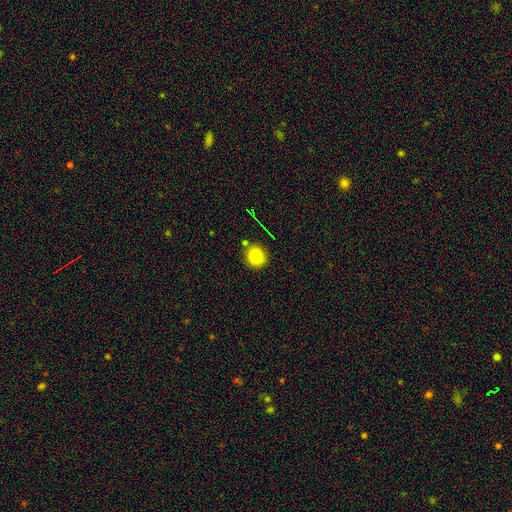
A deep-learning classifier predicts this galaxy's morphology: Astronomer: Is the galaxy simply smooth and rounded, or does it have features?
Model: smooth — 82%.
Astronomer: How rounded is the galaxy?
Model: round — 87%.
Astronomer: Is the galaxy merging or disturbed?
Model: none — 79%.